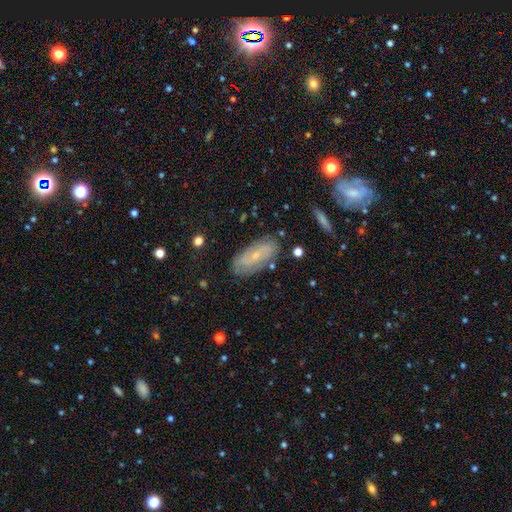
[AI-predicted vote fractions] Overall: featured or disk (53%; smooth 37%). Edge-on disk: no (86%). Merging: none (77%).